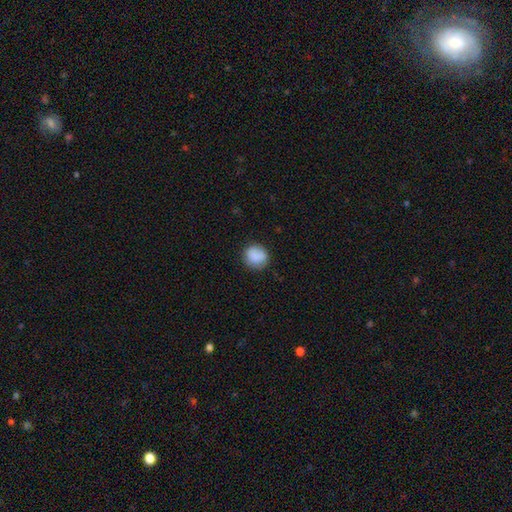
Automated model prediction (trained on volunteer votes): smooth_or_featured: smooth (p=0.86) [alt: star or artifact p=0.08]
how_rounded: round (p=0.82) [alt: in between p=0.17]
merging: none (p=0.81) [alt: minor disturbance p=0.14]